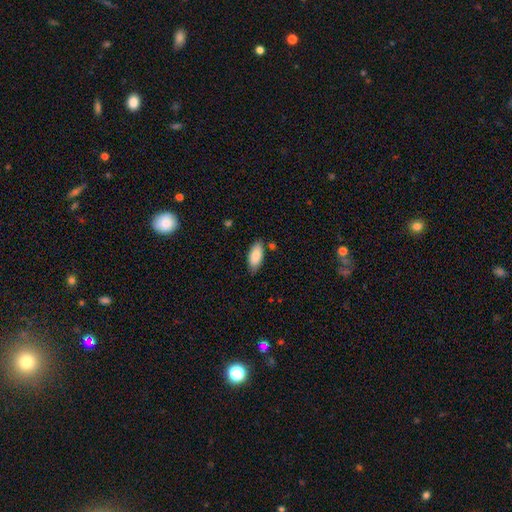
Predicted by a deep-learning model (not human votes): smooth-or-featured: smooth: 86% | featured or disk: 8% | star or artifact: 6%
  how-rounded: in between: 87% | cigar-shaped: 11% | round: 2%
  merging: none: 78% | minor disturbance: 15% | merger: 4% | major disturbance: 3%